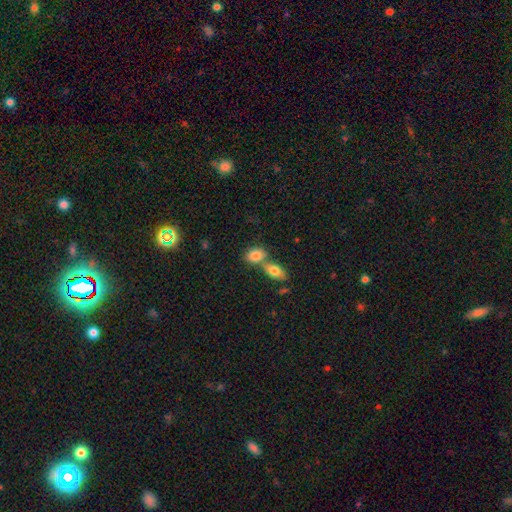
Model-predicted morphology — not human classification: A smooth galaxy with no disk features (81%) that is in between round and cigar-shaped (82%). Merging: merger (54%).